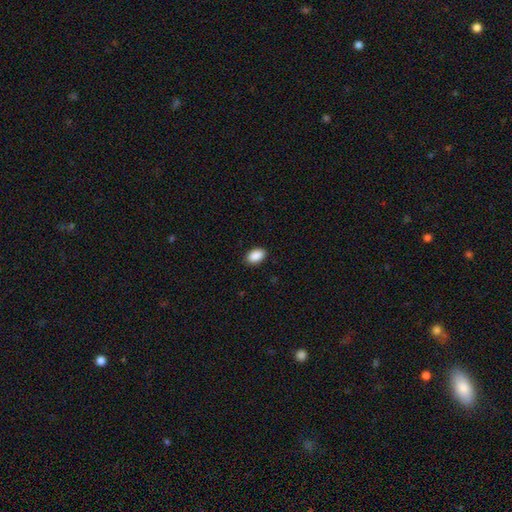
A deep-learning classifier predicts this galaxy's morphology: smooth 90%, star or artifact 7%, featured or disk 3%. Down the decision tree: how rounded — in between (92%); merging — none (90%).